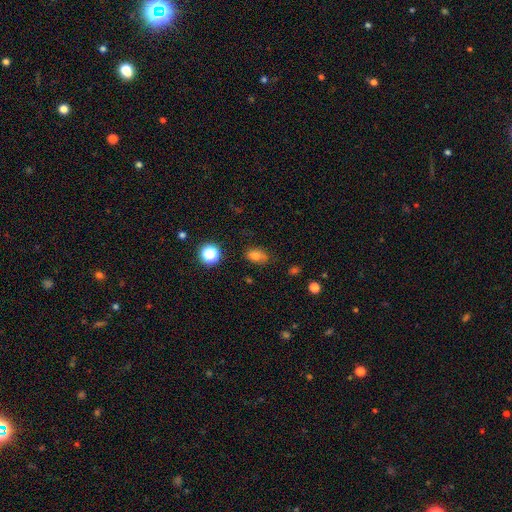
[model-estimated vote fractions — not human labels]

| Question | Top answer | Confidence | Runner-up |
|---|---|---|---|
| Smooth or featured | smooth | 77% | star or artifact (15%) |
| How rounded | in between | 81% | round (17%) |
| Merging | none | 76% | minor disturbance (18%) |